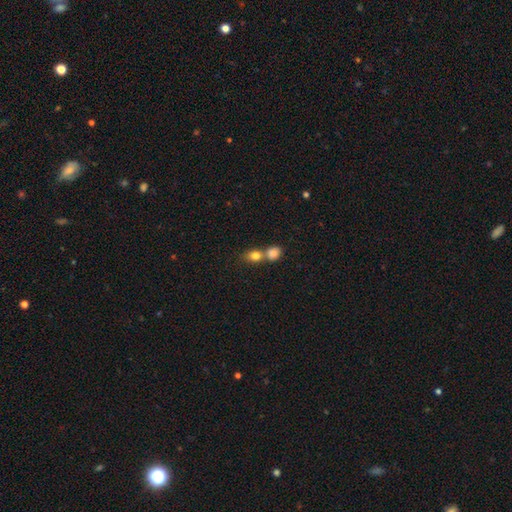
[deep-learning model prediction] smooth 82%, star or artifact 9%, featured or disk 9%. Down the decision tree: how rounded — round (52%); merging — merger (59%).